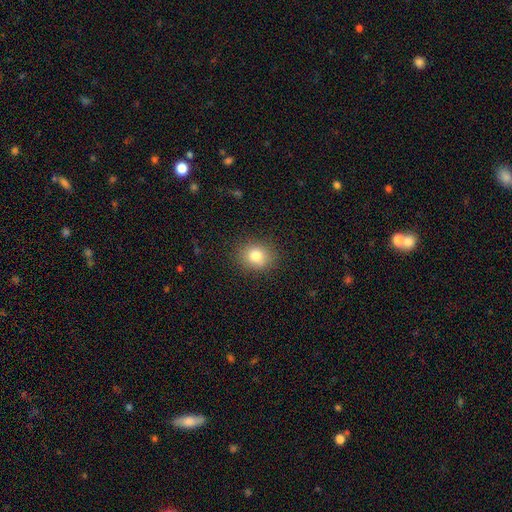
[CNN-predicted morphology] Smooth or featured?
  - smooth: 80% *
  - star or artifact: 11%
  - featured or disk: 8%
How rounded?
  - round: 64% *
  - in between: 35%
  - cigar-shaped: 1%
Merging?
  - none: 87% *
  - minor disturbance: 9%
  - major disturbance: 3%
  - merger: 1%